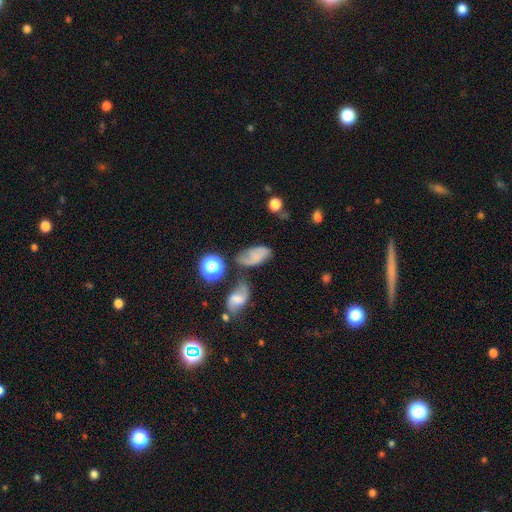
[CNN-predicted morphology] Smooth or featured: smooth — 56% (featured or disk — 30%)
How rounded: in between — 89% (round — 8%)
Merging: none — 44% (minor disturbance — 25%)